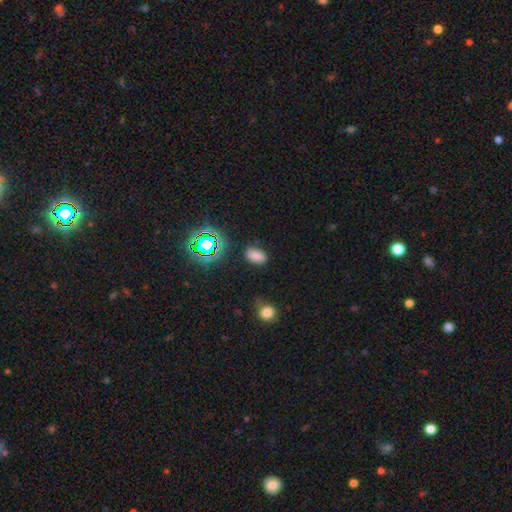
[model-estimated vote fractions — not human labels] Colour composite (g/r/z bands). It shows a smooth galaxy with no disk features (70%) that is in between round and cigar-shaped (89%). Merging: none (81%).